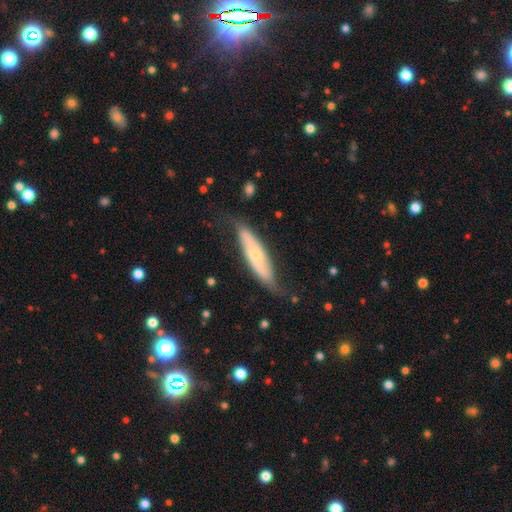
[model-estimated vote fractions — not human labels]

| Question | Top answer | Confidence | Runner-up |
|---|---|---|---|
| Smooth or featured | featured or disk | 53% | smooth (41%) |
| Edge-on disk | no | 60% | yes (40%) |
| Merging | none | 61% | minor disturbance (27%) |